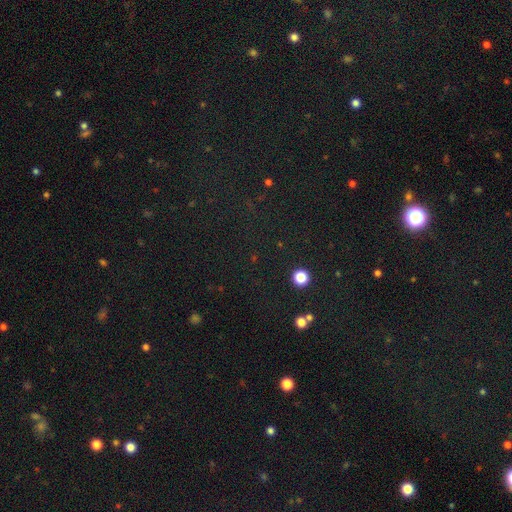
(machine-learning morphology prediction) Smooth or featured?
  - star or artifact: 73% *
  - smooth: 19%
  - featured or disk: 9%